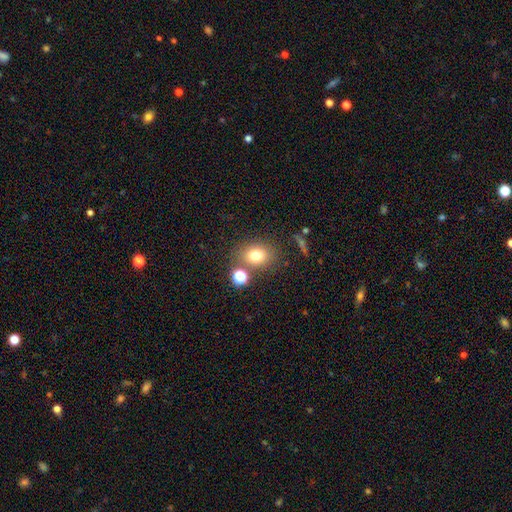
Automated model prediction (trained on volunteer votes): Morphology: type=smooth (75%); roundness=round (54%); merging=none (72%).